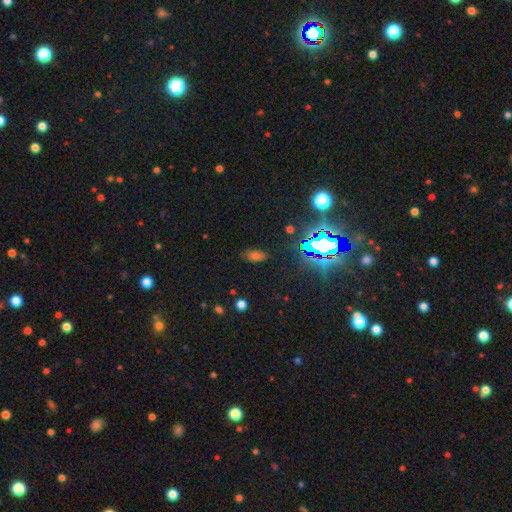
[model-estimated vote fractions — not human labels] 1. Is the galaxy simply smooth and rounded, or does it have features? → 46% smooth, 42% star or artifact, 12% featured or disk.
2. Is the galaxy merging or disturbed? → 82% none, 12% minor disturbance, 4% major disturbance, 2% merger.